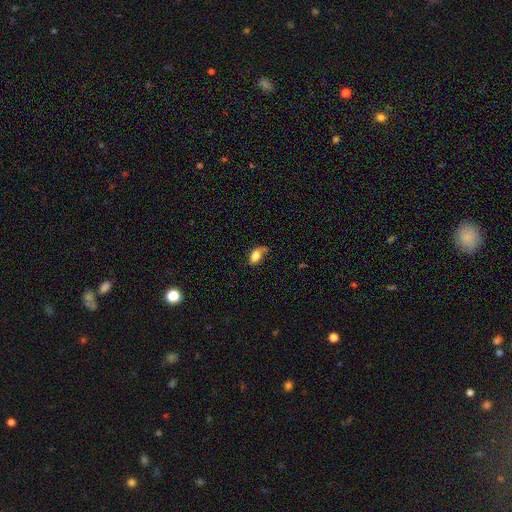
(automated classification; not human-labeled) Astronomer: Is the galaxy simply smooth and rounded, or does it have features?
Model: smooth — 80%.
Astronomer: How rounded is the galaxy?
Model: in between — 88%.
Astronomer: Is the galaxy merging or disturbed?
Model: none — 51% (runner-up: minor disturbance, 28%).